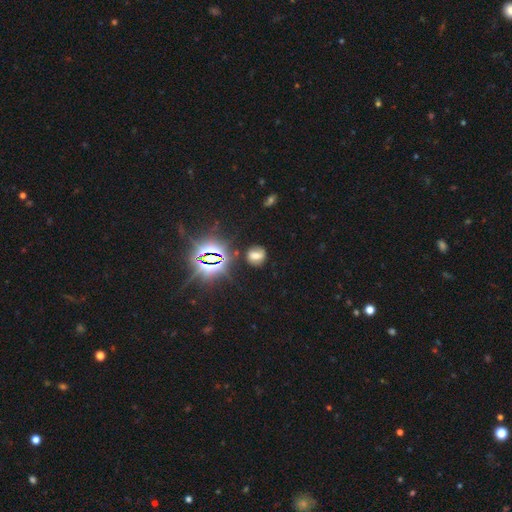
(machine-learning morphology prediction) smooth-or-featured: smooth: 51% | star or artifact: 29% | featured or disk: 20%
  how-rounded: round: 59% | in between: 39% | cigar-shaped: 2%
  merging: none: 75% | minor disturbance: 15% | major disturbance: 6% | merger: 4%